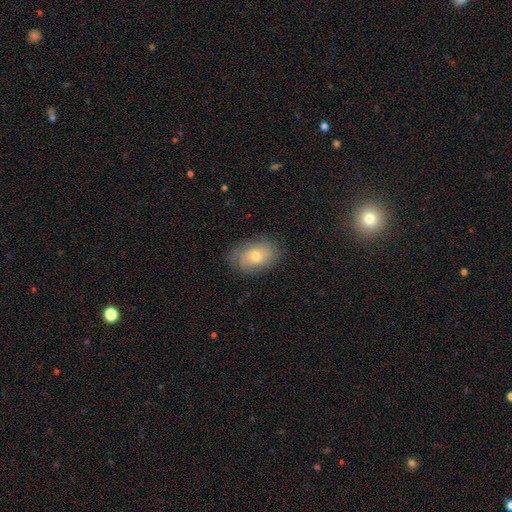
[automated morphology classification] This appears to be a smooth galaxy with no disk features (45%, tied with featured or disk). Merging: none (78%).